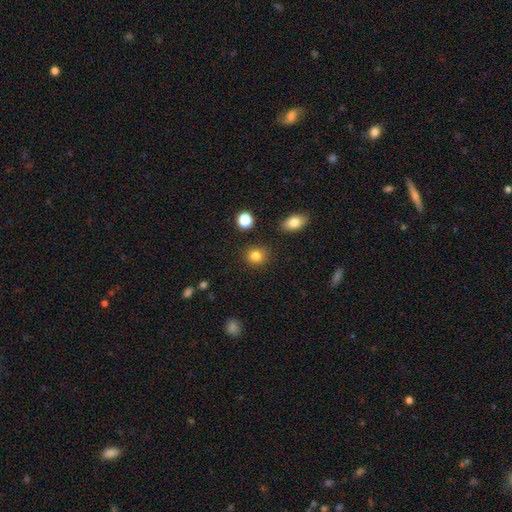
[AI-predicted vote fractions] Smooth or featured: smooth — 85% (star or artifact — 11%)
How rounded: round — 83% (in between — 16%)
Merging: none — 87% (minor disturbance — 8%)